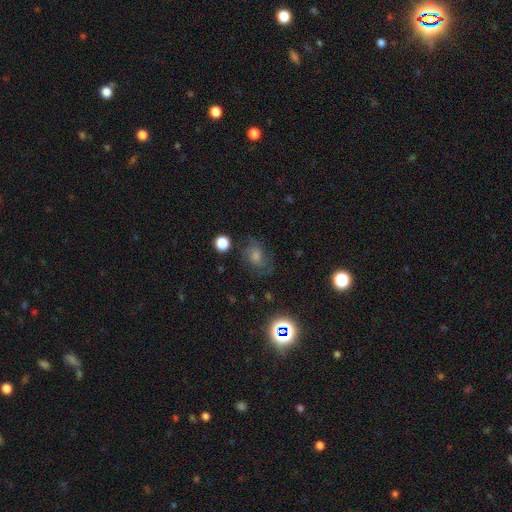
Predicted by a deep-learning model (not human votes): This appears to be a featured or disk galaxy (34%). Merging: none (70%).